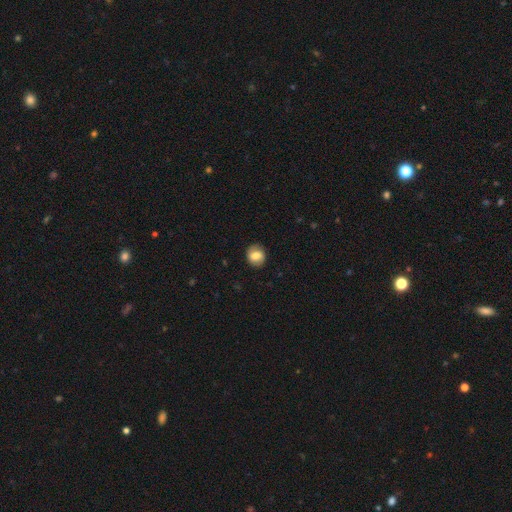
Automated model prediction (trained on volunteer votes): Overall: smooth (73%). How rounded: round (73%). Merging: none (85%).